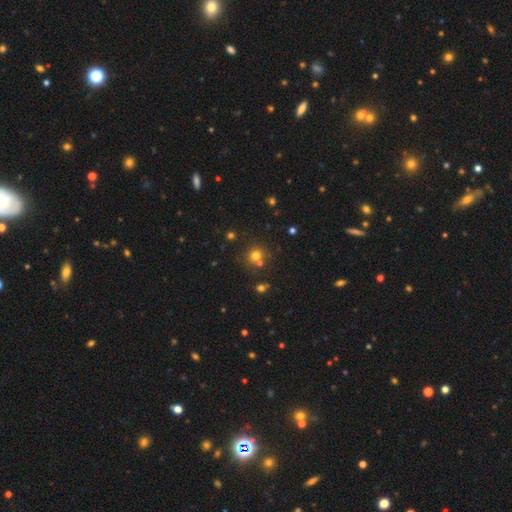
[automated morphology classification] Smooth or featured: smooth — 69% (star or artifact — 22%)
How rounded: round — 88% (in between — 11%)
Merging: none — 67% (merger — 21%)